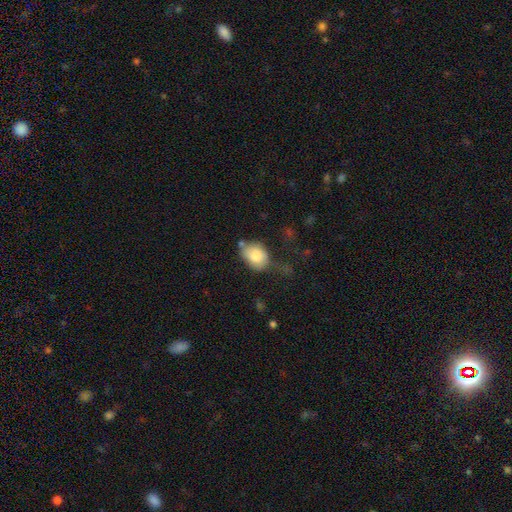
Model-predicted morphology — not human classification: Q: Smooth or featured?
A: smooth (81%); runner-up: featured or disk (11%)
Q: How rounded?
A: in between (63%); runner-up: round (36%)
Q: Merging?
A: none (45%); runner-up: minor disturbance (30%)